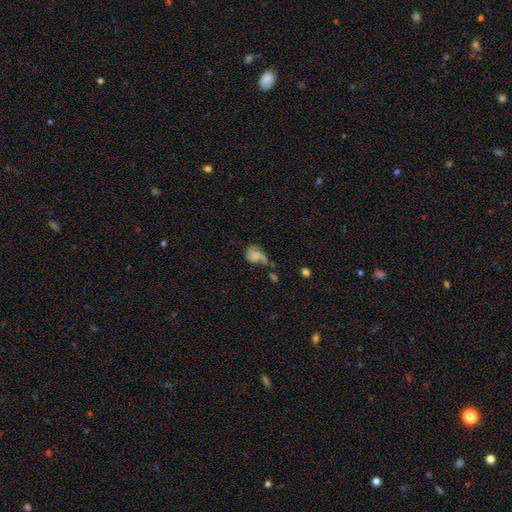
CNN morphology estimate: The model was most divided on "smooth or featured": smooth: 46%, featured or disk: 40%, star or artifact: 13%. Remaining: merging — major disturbance (34%).